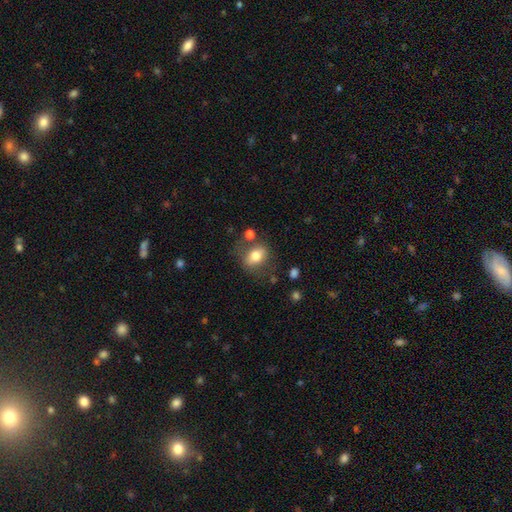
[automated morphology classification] Overall: smooth (73%). How rounded: in between (67%; round 31%). Merging: none (65%).